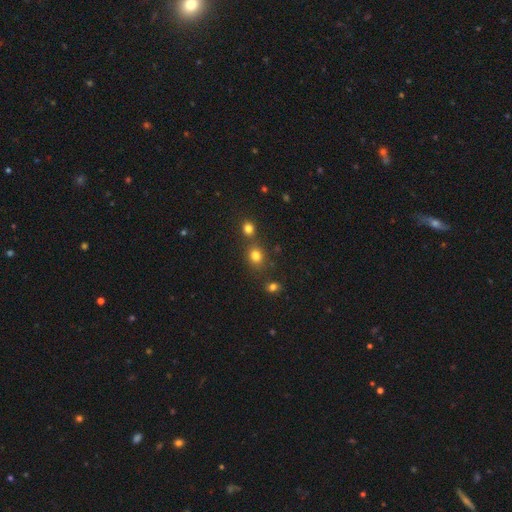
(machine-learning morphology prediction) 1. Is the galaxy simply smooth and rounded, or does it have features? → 78% smooth, 16% star or artifact, 6% featured or disk.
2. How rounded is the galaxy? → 76% round, 23% in between, 1% cigar-shaped.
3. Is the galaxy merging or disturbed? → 69% none, 19% merger, 9% minor disturbance, 4% major disturbance.